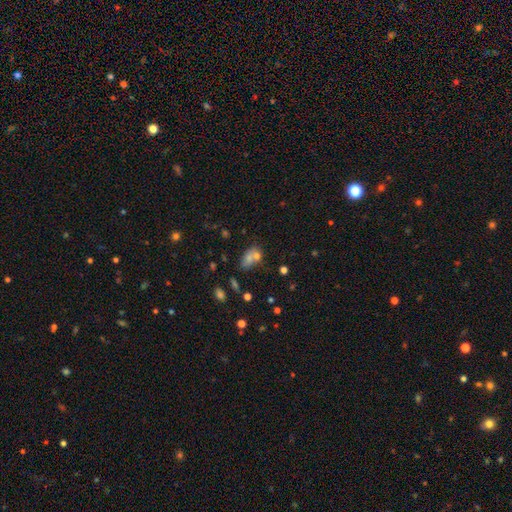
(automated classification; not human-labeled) smooth 56%, star or artifact 27%, featured or disk 17%. Down the decision tree: how rounded — in between (62%); merging — none (46%).